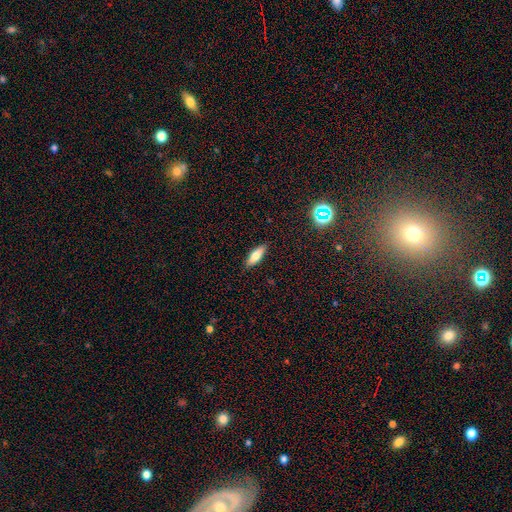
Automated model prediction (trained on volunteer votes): Morphology: type=smooth (71%); roundness=in between (51%); merging=none (89%).